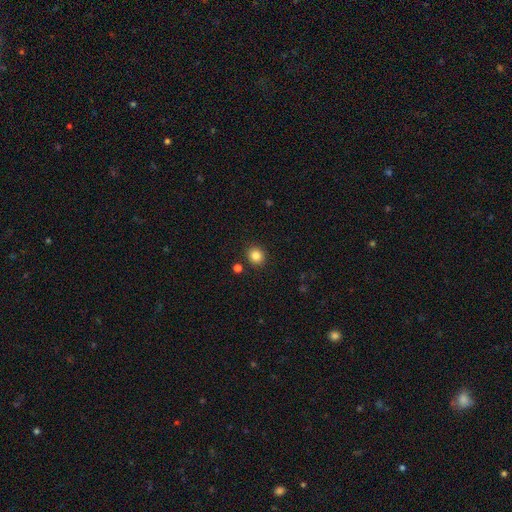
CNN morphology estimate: Smooth or featured?
  - smooth: 84% *
  - star or artifact: 11%
  - featured or disk: 5%
How rounded?
  - round: 85% *
  - in between: 14%
  - cigar-shaped: 1%
Merging?
  - none: 89% *
  - minor disturbance: 6%
  - merger: 3%
  - major disturbance: 2%